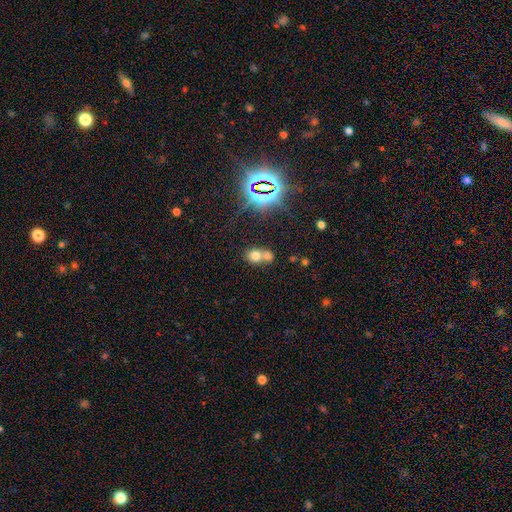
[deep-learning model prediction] Smooth or featured: smooth — 68% (star or artifact — 19%)
How rounded: round — 62% (in between — 36%)
Merging: merger — 59% (none — 30%)